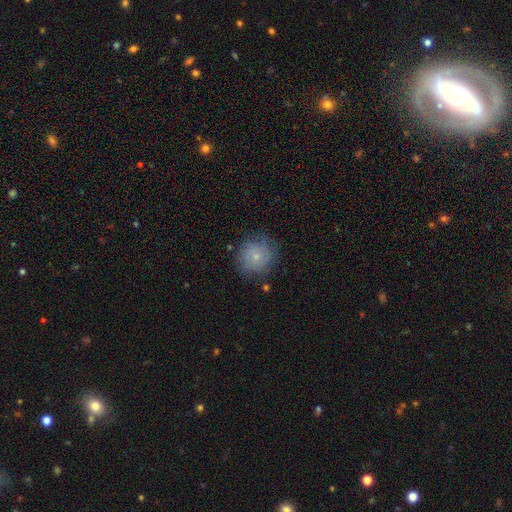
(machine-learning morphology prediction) The model was most divided on "smooth or featured": smooth: 73%, featured or disk: 19%, star or artifact: 9%. More confident: how rounded — round (90%); merging — none (75%).